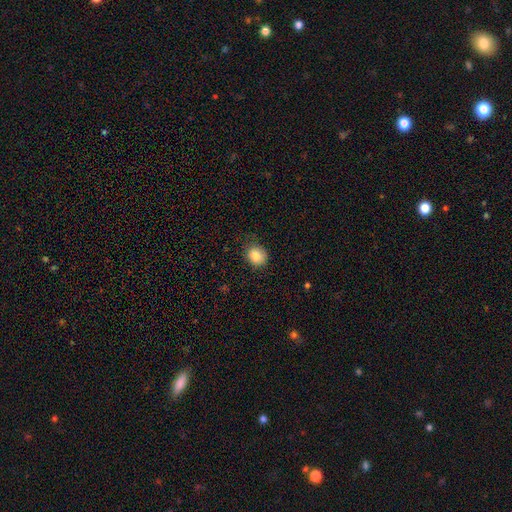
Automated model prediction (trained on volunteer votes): smooth_or_featured: smooth (p=0.86) [alt: star or artifact p=0.09]
how_rounded: round (p=0.70) [alt: in between p=0.29]
merging: none (p=0.79) [alt: minor disturbance p=0.17]